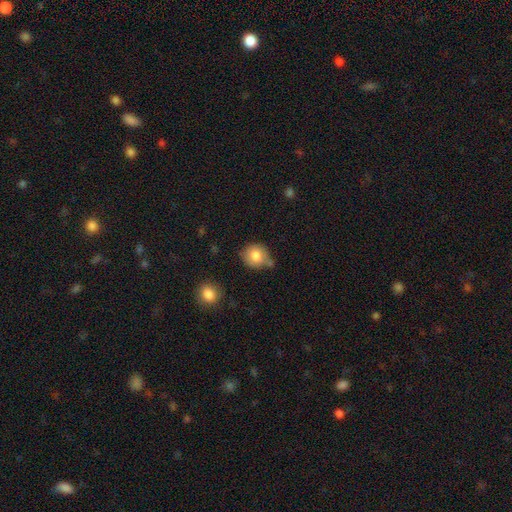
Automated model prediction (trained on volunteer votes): A smooth galaxy with no disk features (81%) that is round (83%).

Vote fractions:
- Smooth or featured? smooth: 81% / featured or disk: 10% / star or artifact: 9%
- How rounded? round: 83% / in between: 16% / cigar-shaped: 1%
- Merging? none: 64% / minor disturbance: 21% / merger: 10% / major disturbance: 5%